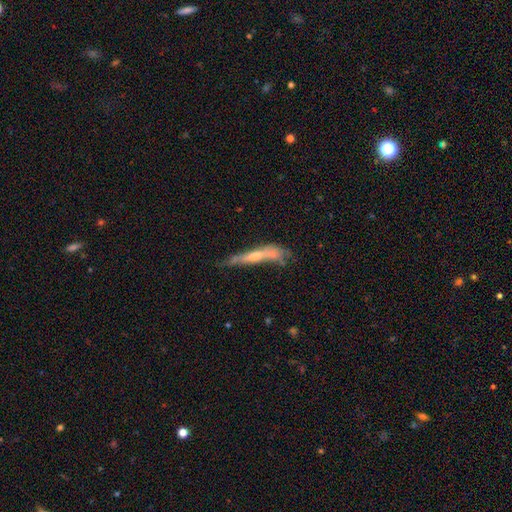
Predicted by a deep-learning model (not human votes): Smooth or featured?
  - featured or disk: 50% *
  - smooth: 42%
  - star or artifact: 8%
Edge-on disk?
  - yes: 75% *
  - no: 25%
Merging?
  - none: 39% *
  - minor disturbance: 24%
  - major disturbance: 19%
  - merger: 17%